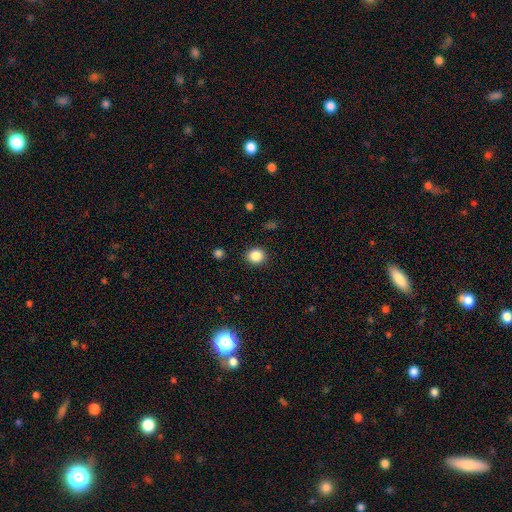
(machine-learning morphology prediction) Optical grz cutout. It shows a smooth galaxy with no disk features (85%) that is round (84%). Merging: none (91%).